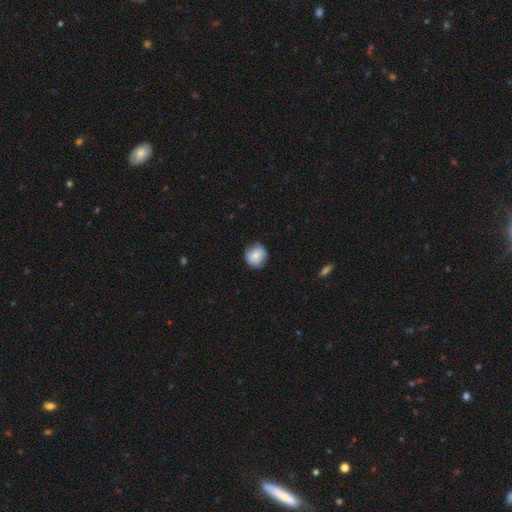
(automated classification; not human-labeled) A smooth galaxy with no disk features (79%) that is round (89%).

Vote fractions:
- Smooth or featured? smooth: 79% / featured or disk: 13% / star or artifact: 8%
- How rounded? round: 89% / in between: 11% / cigar-shaped: 1%
- Merging? none: 79% / minor disturbance: 17% / major disturbance: 3% / merger: 1%